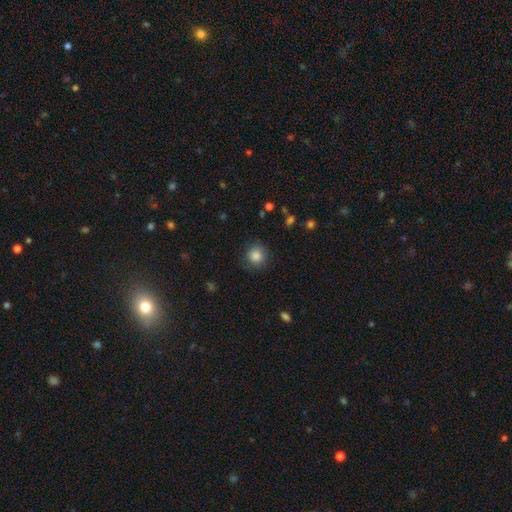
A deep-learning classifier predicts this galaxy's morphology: Overall: smooth (85%). How rounded: round (90%). Merging: none (80%).